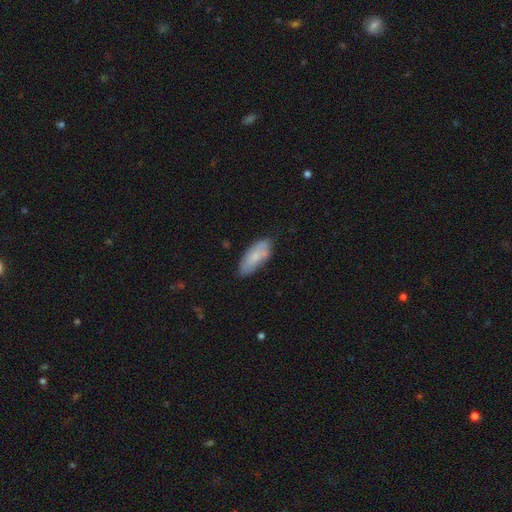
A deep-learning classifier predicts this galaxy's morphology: Overall: smooth (73%). How rounded: in between (82%). Merging: none (73%).